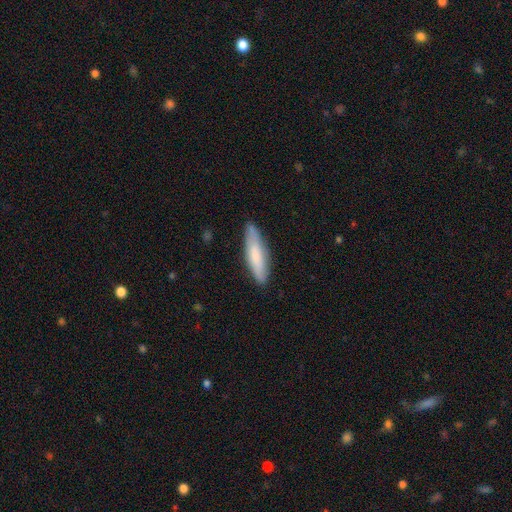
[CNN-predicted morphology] smooth-or-featured: smooth: 73% | featured or disk: 22% | star or artifact: 6%
  how-rounded: cigar-shaped: 72% | in between: 26% | round: 1%
  merging: none: 83% | minor disturbance: 14% | major disturbance: 2% | merger: 1%